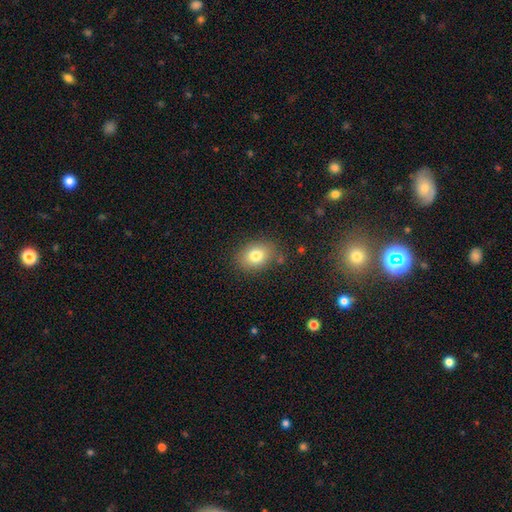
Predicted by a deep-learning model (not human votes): Morphology: type=smooth (80%); roundness=in between (63%); merging=none (80%).